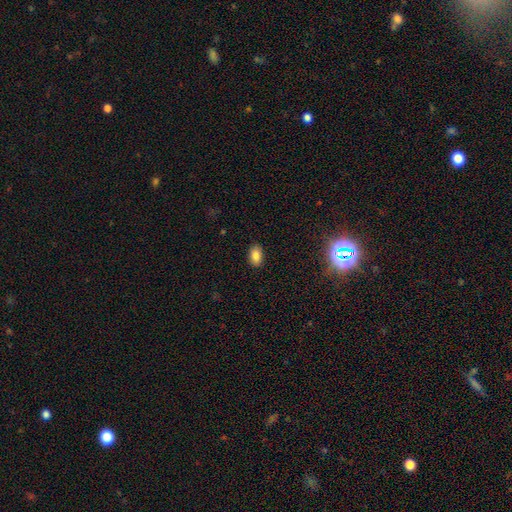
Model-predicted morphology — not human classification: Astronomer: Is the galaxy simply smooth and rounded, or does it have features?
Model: smooth — 84%.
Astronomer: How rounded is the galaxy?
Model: in between — 88%.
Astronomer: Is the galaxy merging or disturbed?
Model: none — 88%.